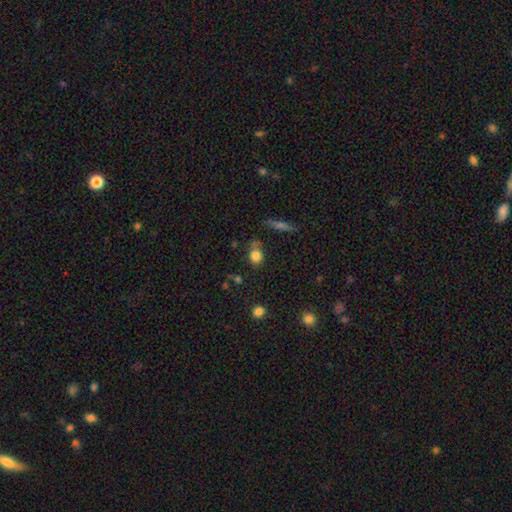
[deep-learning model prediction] This is clearly a smooth galaxy (81%). How rounded: possibly round (54%). Merging: likely none (62%).